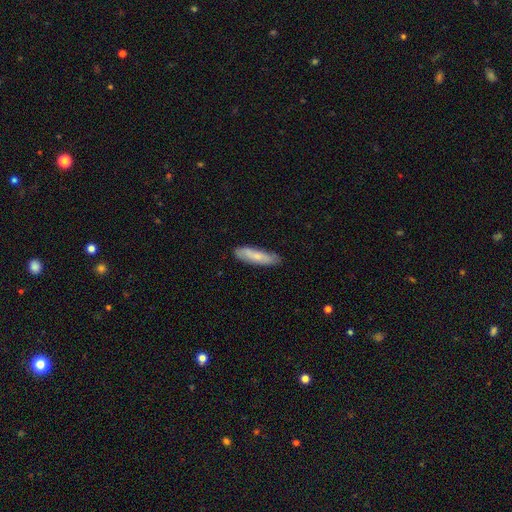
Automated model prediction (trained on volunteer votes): A smooth galaxy with no disk features (69%) that is cigar-shaped (69%). Merging: none (82%).